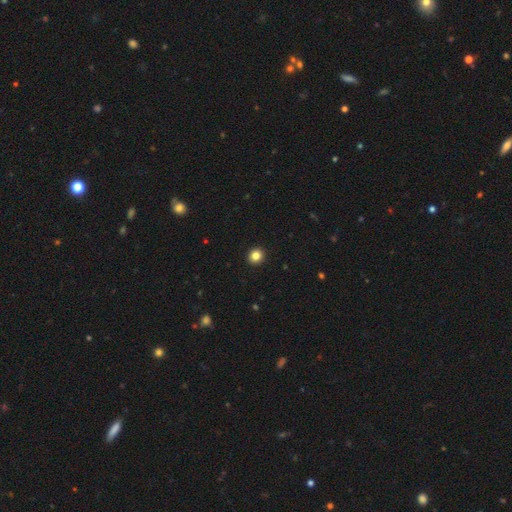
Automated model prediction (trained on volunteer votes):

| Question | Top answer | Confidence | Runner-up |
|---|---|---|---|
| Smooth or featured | smooth | 84% | star or artifact (11%) |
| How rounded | round | 89% | in between (10%) |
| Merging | none | 94% | minor disturbance (4%) |